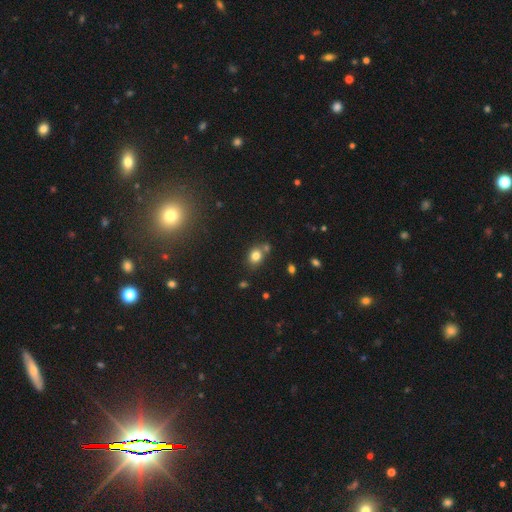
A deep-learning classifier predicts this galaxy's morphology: Smooth or featured: smooth — 78% (star or artifact — 13%)
How rounded: round — 54% (in between — 45%)
Merging: none — 63% (merger — 19%)